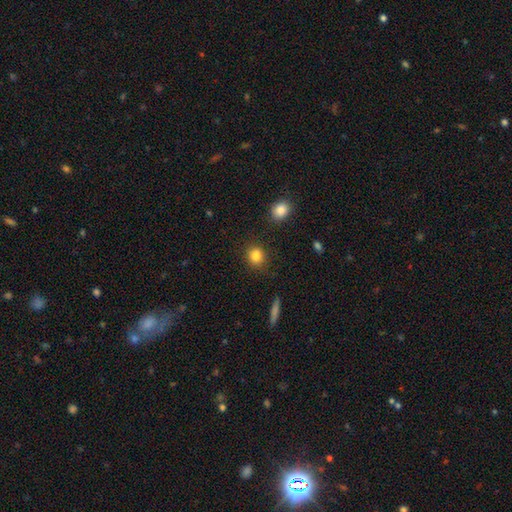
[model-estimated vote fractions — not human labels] smooth_or_featured: smooth (p=0.85) [alt: star or artifact p=0.10]
how_rounded: round (p=0.74) [alt: in between p=0.25]
merging: none (p=0.85) [alt: minor disturbance p=0.10]